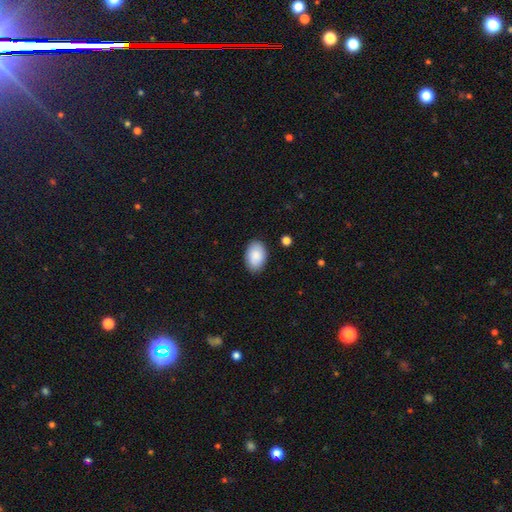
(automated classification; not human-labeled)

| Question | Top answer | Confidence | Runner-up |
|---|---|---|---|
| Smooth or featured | smooth | 89% | star or artifact (6%) |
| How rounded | in between | 89% | round (10%) |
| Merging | none | 87% | minor disturbance (9%) |